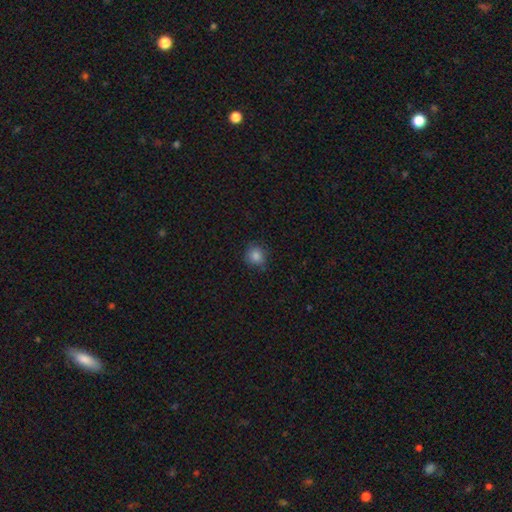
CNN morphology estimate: Smooth or featured?
  - smooth: 84% *
  - star or artifact: 12%
  - featured or disk: 4%
How rounded?
  - round: 87% *
  - in between: 12%
  - cigar-shaped: 1%
Merging?
  - none: 79% *
  - minor disturbance: 16%
  - major disturbance: 3%
  - merger: 1%